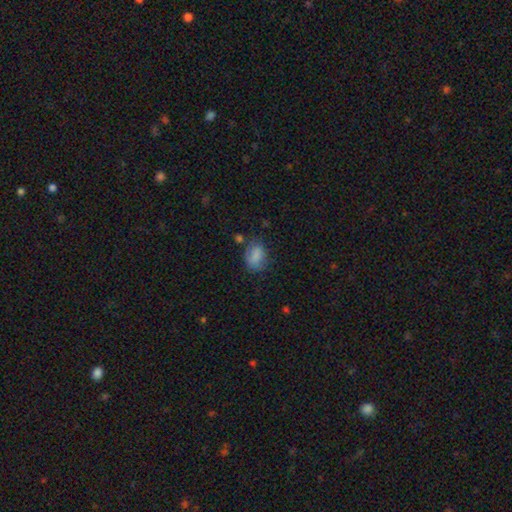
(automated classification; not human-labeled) Smooth or featured? smooth (80%)
How rounded? in between (77%)
Merging? none (57%)